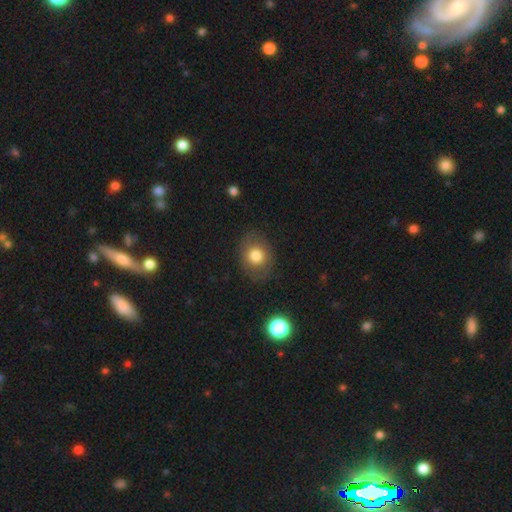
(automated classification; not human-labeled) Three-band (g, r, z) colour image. It shows a smooth galaxy with no disk features (76%) that is round (55%). Merging: none (80%).